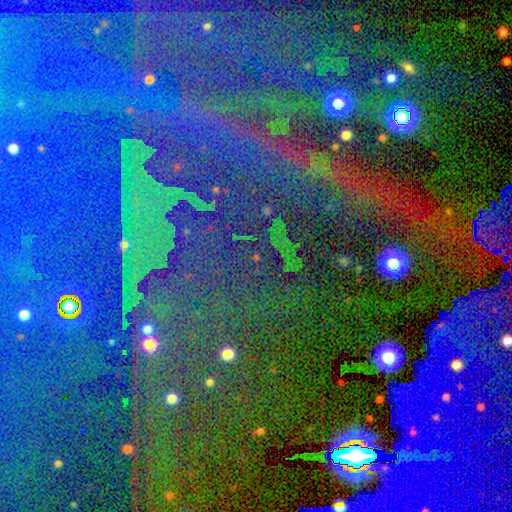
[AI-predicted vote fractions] smooth-or-featured: star or artifact: 86% | featured or disk: 7% | smooth: 7%